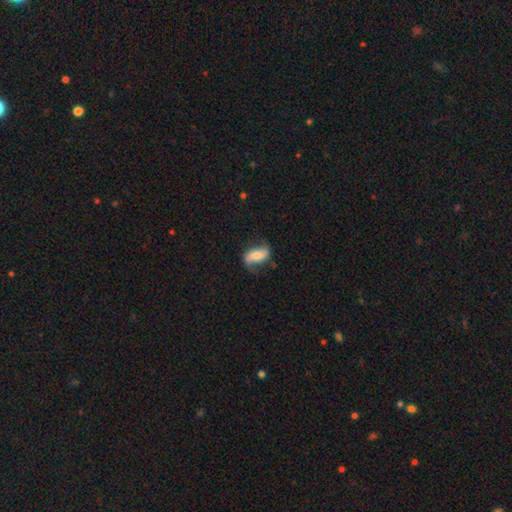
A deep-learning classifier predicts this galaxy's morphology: featured or disk 67%, smooth 26%, star or artifact 7%. Down the decision tree: edge-on disk — no (94%); bar — no (37%); spiral arms — yes (91%); spiral arm count — 2 (89%); spiral winding — loose (72%); bulge size — moderate (47%); merging — none (70%).